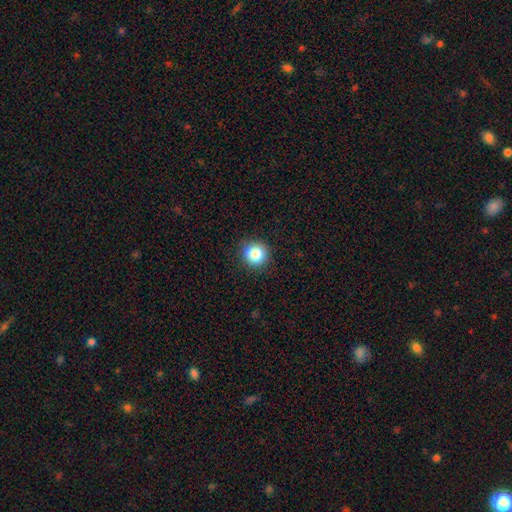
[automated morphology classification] Smooth or featured? Predicted: smooth (p=0.67). How rounded? Predicted: round (p=0.91). Merging? Predicted: none (p=0.92).